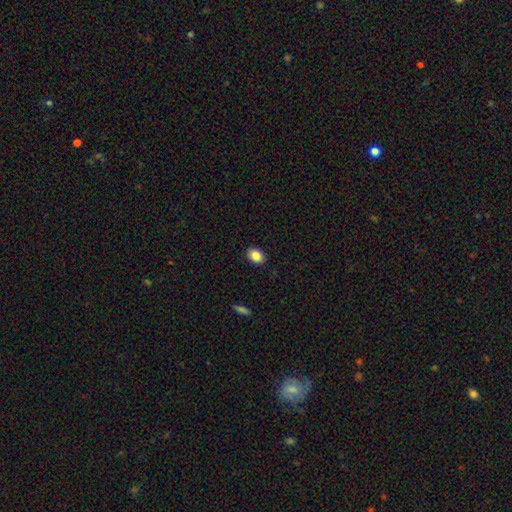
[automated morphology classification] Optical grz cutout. It shows a smooth galaxy with no disk features (86%) that is in between round and cigar-shaped (73%). Merging: none (89%).